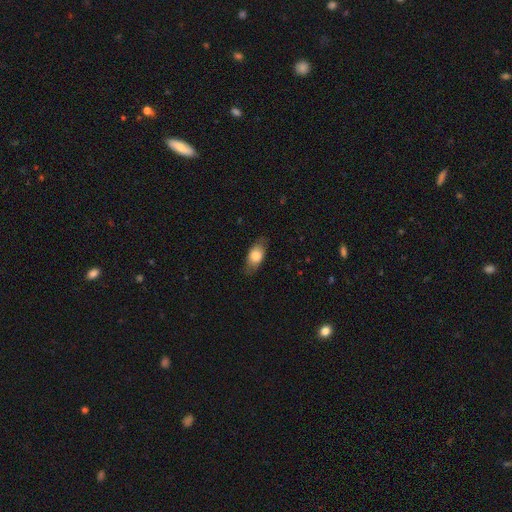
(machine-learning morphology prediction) A smooth galaxy with no disk features (75%) that is in between round and cigar-shaped (86%).

Vote fractions:
- Smooth or featured? smooth: 75% / featured or disk: 19% / star or artifact: 6%
- How rounded? in between: 86% / cigar-shaped: 8% / round: 6%
- Merging? none: 79% / minor disturbance: 16% / major disturbance: 4% / merger: 1%